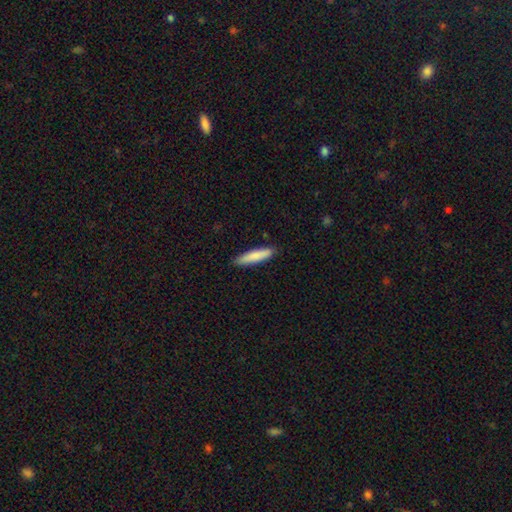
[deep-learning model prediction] A smooth galaxy with no disk features (84%) that is cigar-shaped (83%). Merging: none (87%).